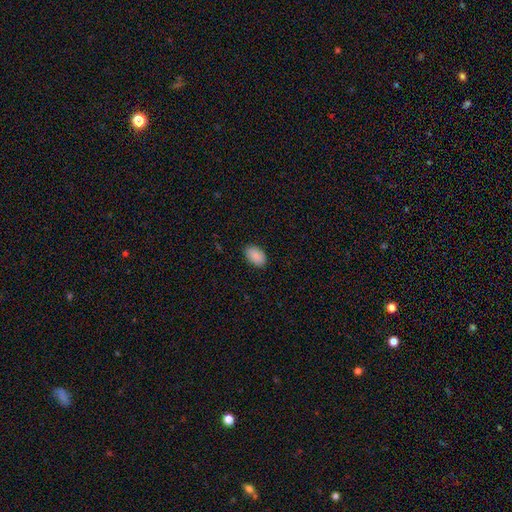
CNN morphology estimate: This is clearly a smooth galaxy (89%). How rounded: clearly in between (91%). Merging: clearly none (86%).